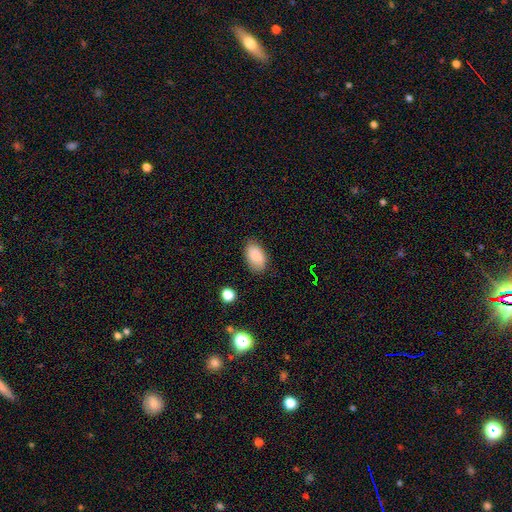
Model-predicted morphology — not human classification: A smooth galaxy with no disk features (84%) that is in between round and cigar-shaped (91%).

Vote fractions:
- Smooth or featured? smooth: 84% / star or artifact: 8% / featured or disk: 8%
- How rounded? in between: 91% / round: 7% / cigar-shaped: 1%
- Merging? none: 79% / minor disturbance: 16% / major disturbance: 3% / merger: 2%